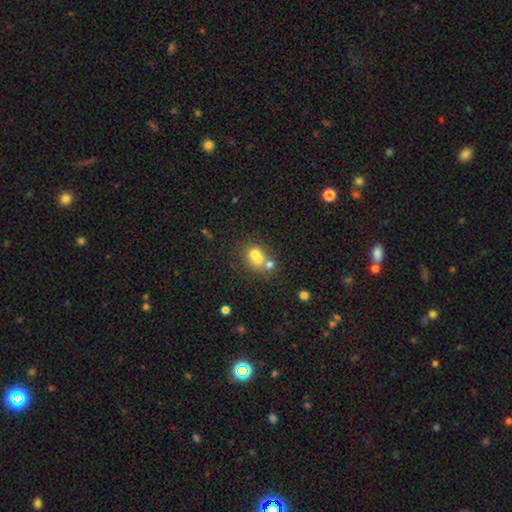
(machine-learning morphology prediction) Overall: smooth (64%). How rounded: round (66%; in between 33%). Merging: merger (58%; none 31%).